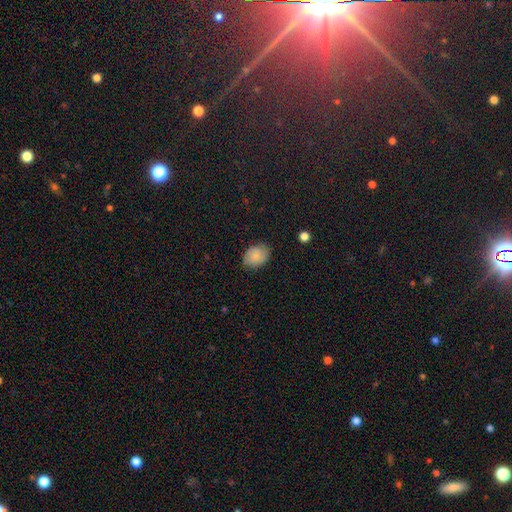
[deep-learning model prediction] Smooth or featured? smooth (76%)
How rounded? in between (68%)
Merging? none (76%)